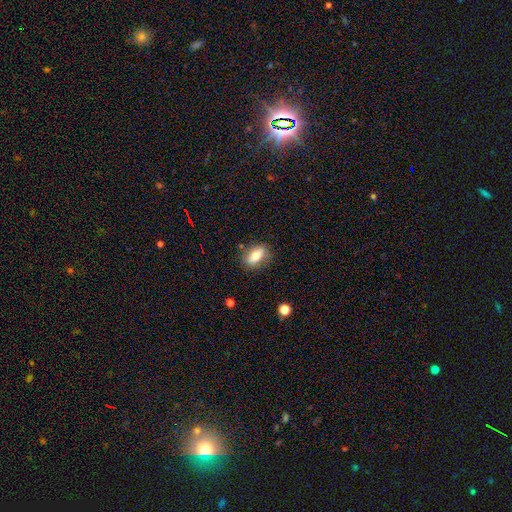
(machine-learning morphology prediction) This is likely a smooth galaxy (72%). How rounded: clearly in between (80%). Merging: likely none (80%).